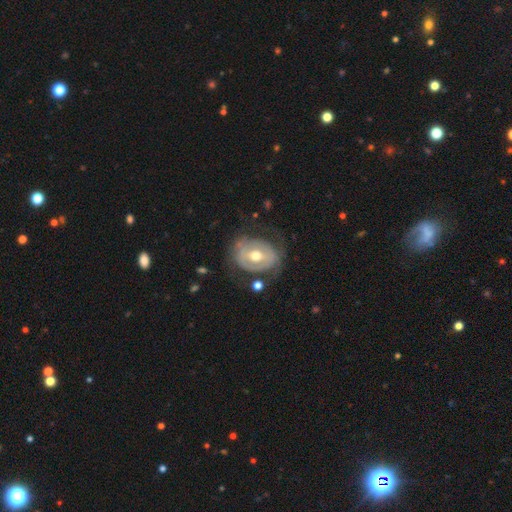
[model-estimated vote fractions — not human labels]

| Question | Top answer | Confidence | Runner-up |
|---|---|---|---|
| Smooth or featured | featured or disk | 71% | smooth (23%) |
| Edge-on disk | no | 95% | yes (5%) |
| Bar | weak | 38% | no (37%) |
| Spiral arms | no | 50% | tied: yes (50%) |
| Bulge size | moderate | 76% | small (17%) |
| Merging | none | 58% | minor disturbance (23%) |